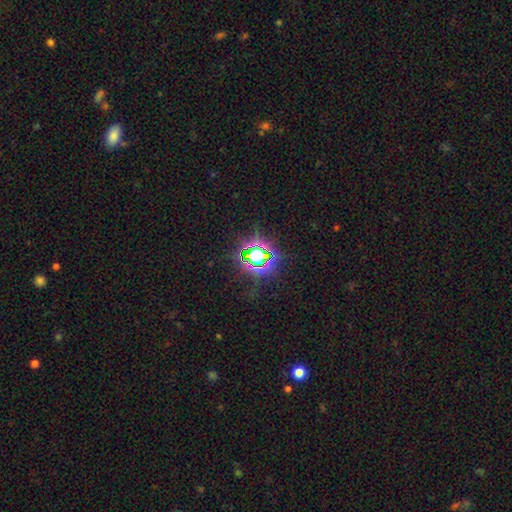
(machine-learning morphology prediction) Smooth or featured? Predicted: star or artifact (p=0.72).